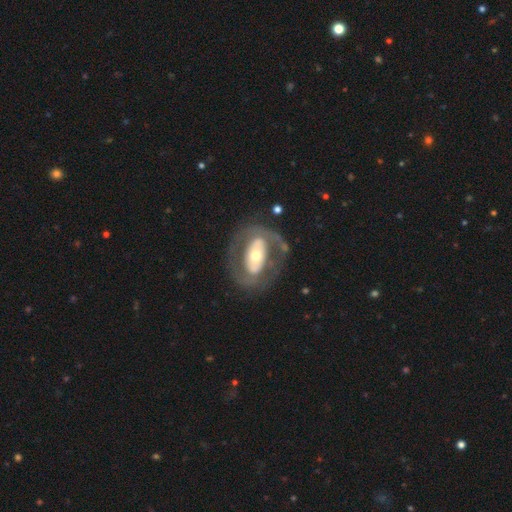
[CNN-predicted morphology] This appears to be a featured or disk galaxy (73%) with no bar (45%), no spiral arms (51%) and a moderate central bulge (59%). Merging: none (70%).